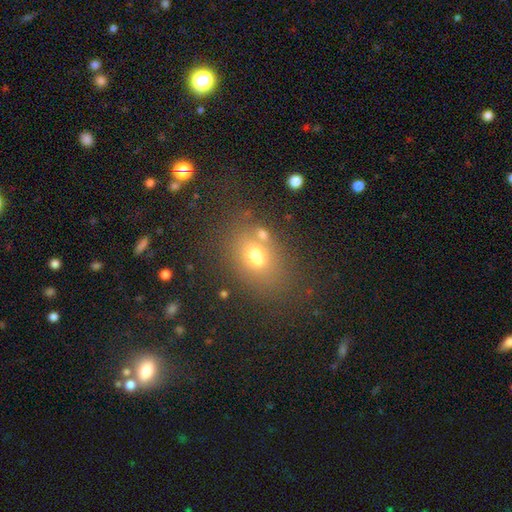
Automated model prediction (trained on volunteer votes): smooth_or_featured: smooth (p=0.67) [alt: featured or disk p=0.19]
how_rounded: in between (p=0.73) [alt: round p=0.25]
merging: none (p=0.61) [alt: merger p=0.17]